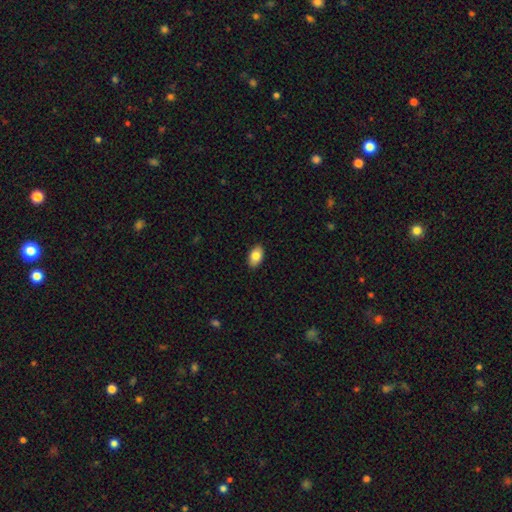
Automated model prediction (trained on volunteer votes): A smooth galaxy with no disk features (83%) that is in between round and cigar-shaped (92%).

Vote fractions:
- Smooth or featured? smooth: 83% / featured or disk: 10% / star or artifact: 7%
- How rounded? in between: 92% / round: 6% / cigar-shaped: 2%
- Merging? none: 88% / minor disturbance: 9% / major disturbance: 2% / merger: 1%